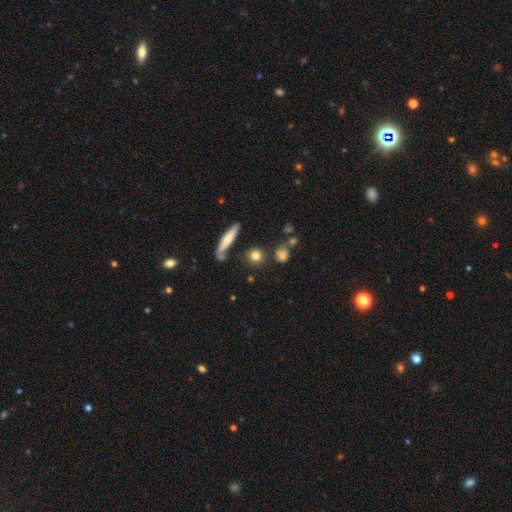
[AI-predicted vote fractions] Overall: smooth (78%). How rounded: round (72%). Merging: none (73%).